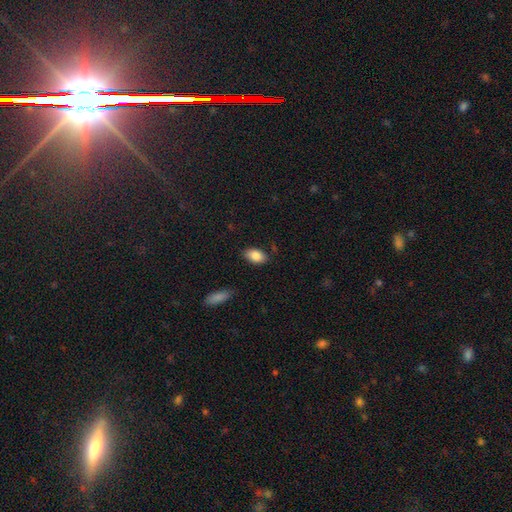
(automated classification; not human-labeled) Smooth or featured? smooth (87%)
How rounded? in between (92%)
Merging? none (83%)